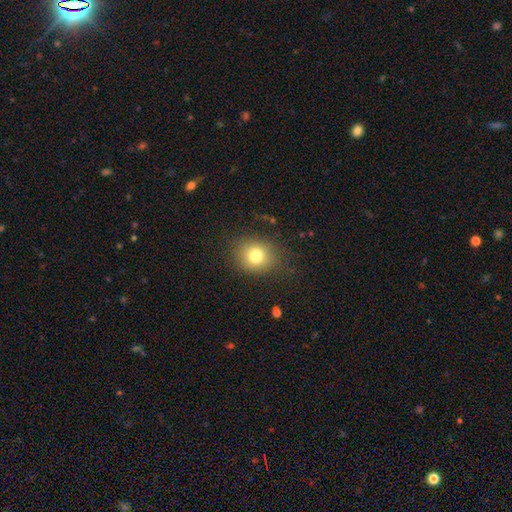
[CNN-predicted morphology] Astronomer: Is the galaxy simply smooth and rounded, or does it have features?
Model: smooth — 79%.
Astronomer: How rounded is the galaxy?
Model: round — 71%.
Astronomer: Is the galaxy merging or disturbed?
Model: none — 82%.